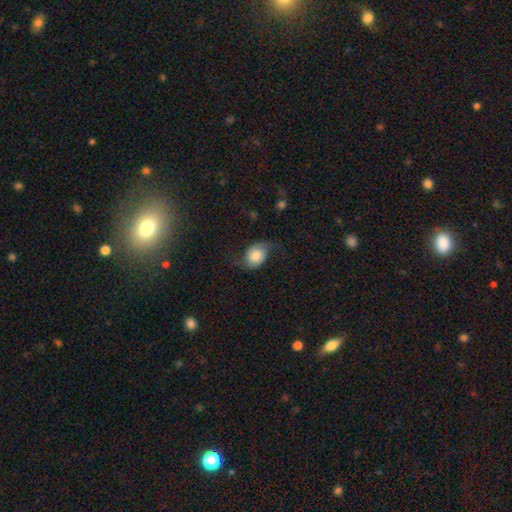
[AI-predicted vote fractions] Overall: smooth (51%; featured or disk 41%). How rounded: in between (58%; round 41%). Merging: none (57%; minor disturbance 25%).